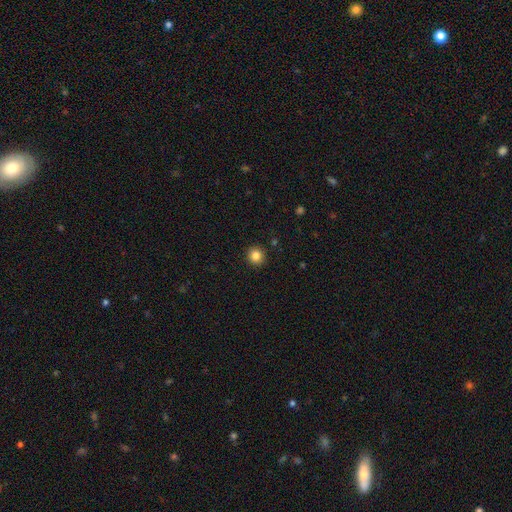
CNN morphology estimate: smooth 84%, star or artifact 11%, featured or disk 5%. Down the decision tree: how rounded — round (94%); merging — none (92%).